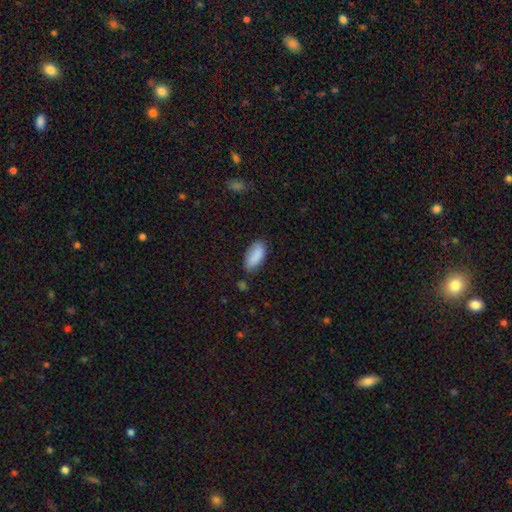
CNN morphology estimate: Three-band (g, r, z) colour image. It shows a smooth galaxy with no disk features (88%) that is in between round and cigar-shaped (90%). Merging: none (73%).